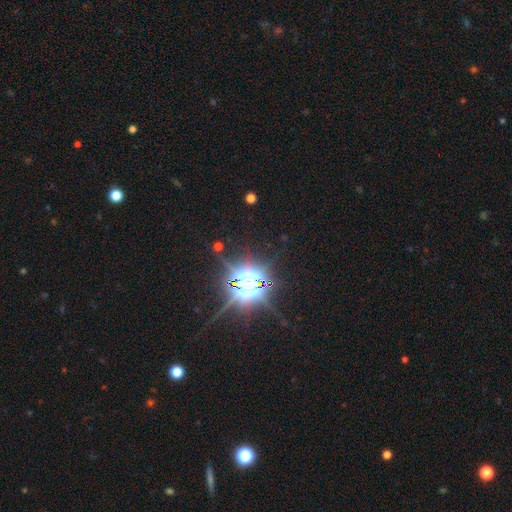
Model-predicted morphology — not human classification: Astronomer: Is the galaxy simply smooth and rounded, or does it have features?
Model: star or artifact — 87%.